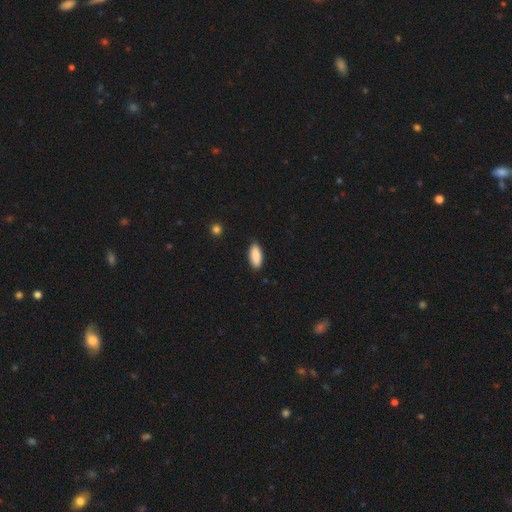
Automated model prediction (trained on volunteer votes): A smooth galaxy with no disk features (90%) that is in between round and cigar-shaped (87%).

Vote fractions:
- Smooth or featured? smooth: 90% / star or artifact: 6% / featured or disk: 4%
- How rounded? in between: 87% / cigar-shaped: 11% / round: 2%
- Merging? none: 88% / minor disturbance: 9% / major disturbance: 2% / merger: 1%